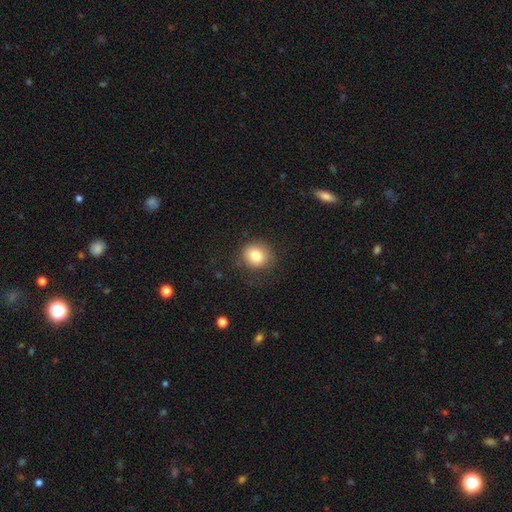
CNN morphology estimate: smooth_or_featured: smooth (p=0.82) [alt: star or artifact p=0.10]
how_rounded: round (p=0.81) [alt: in between p=0.18]
merging: none (p=0.81) [alt: minor disturbance p=0.13]